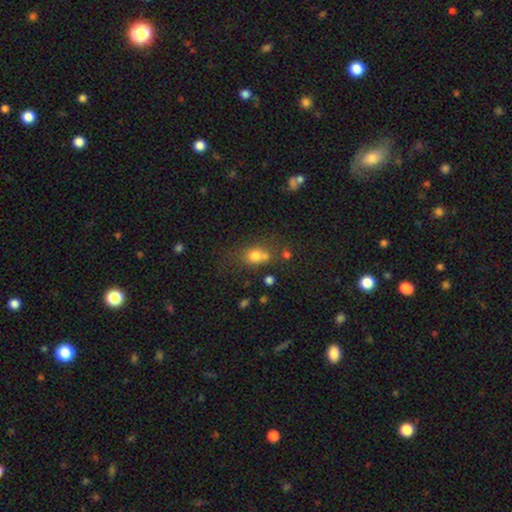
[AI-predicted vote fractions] Morphology: type=smooth (73%); roundness=round (49%, tied with in between); merging=none (43%).